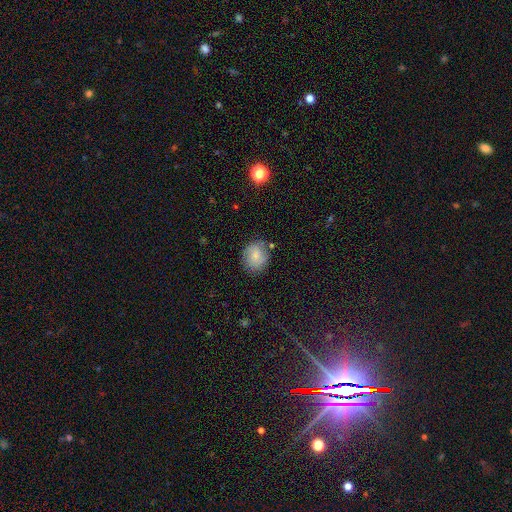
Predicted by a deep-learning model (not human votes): Smooth or featured? smooth (75%)
How rounded? round (71%)
Merging? none (77%)